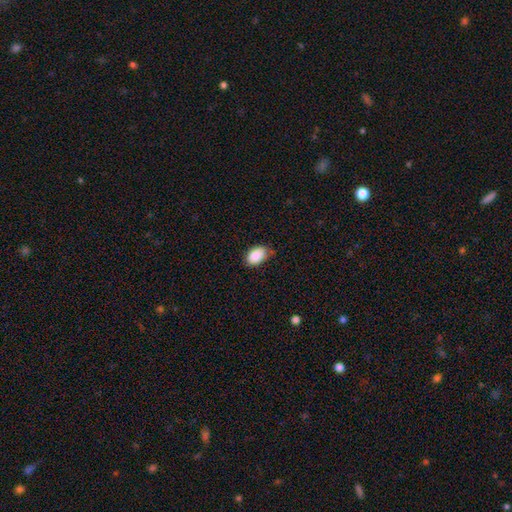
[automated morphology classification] smooth_or_featured: smooth (p=0.88) [alt: star or artifact p=0.07]
how_rounded: in between (p=0.90) [alt: round p=0.08]
merging: none (p=0.73) [alt: minor disturbance p=0.23]